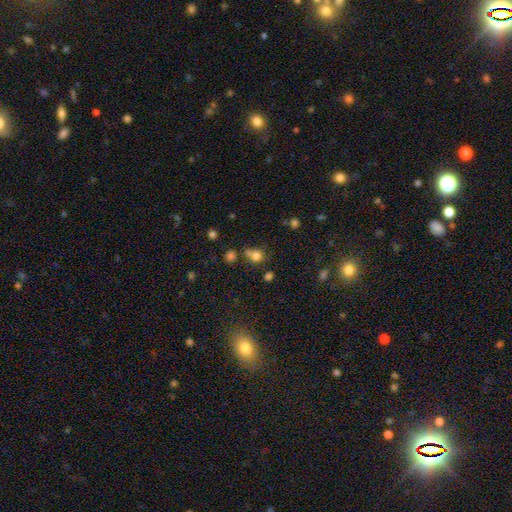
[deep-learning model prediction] smooth-or-featured: smooth: 76% | star or artifact: 16% | featured or disk: 8%
  how-rounded: round: 80% | in between: 19% | cigar-shaped: 1%
  merging: none: 56% | merger: 24% | minor disturbance: 14% | major disturbance: 6%